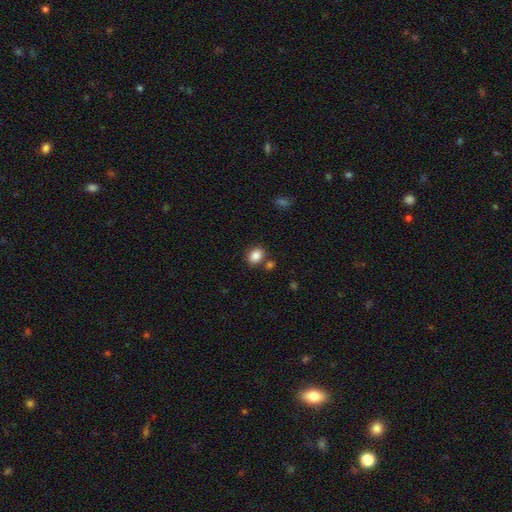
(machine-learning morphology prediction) Q: Smooth or featured?
A: smooth (85%); runner-up: star or artifact (9%)
Q: How rounded?
A: in between (54%); runner-up: round (45%)
Q: Merging?
A: none (74%); runner-up: merger (12%)